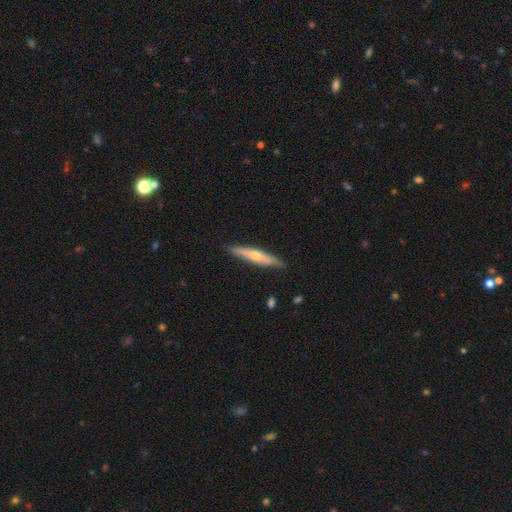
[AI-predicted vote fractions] This appears to be a featured or disk galaxy (62%) viewed edge-on (94%) with a rounded central bulge (85%). Merging: none (89%).